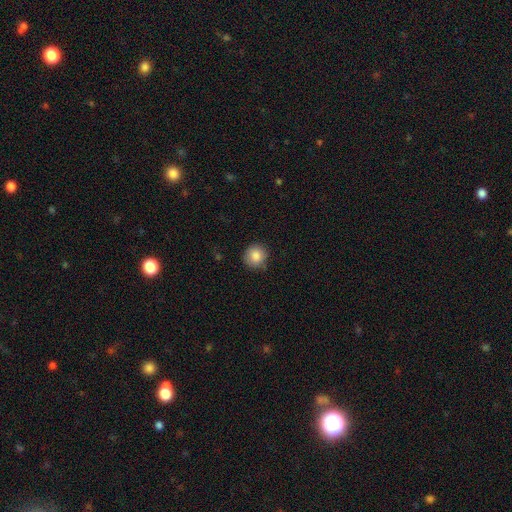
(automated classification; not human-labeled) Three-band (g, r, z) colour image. It shows a smooth galaxy with no disk features (86%) that is round (92%). Merging: none (82%).